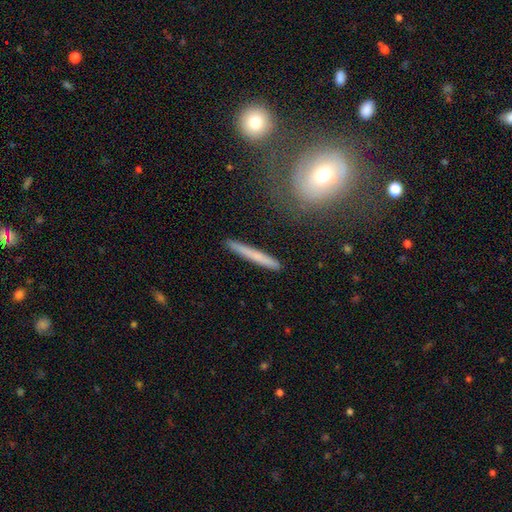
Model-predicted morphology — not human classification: smooth-or-featured: smooth: 59% | featured or disk: 34% | star or artifact: 7%
  how-rounded: cigar-shaped: 95% | in between: 3% | round: 2%
  merging: none: 88% | minor disturbance: 8% | merger: 2% | major disturbance: 2%